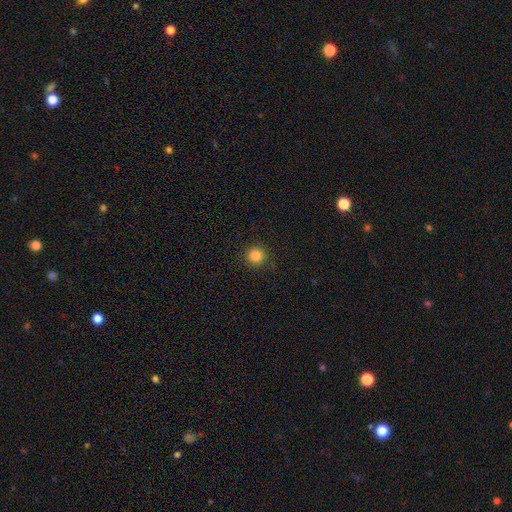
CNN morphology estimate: This appears to be a smooth galaxy with no disk features (84%) that is round (95%). Merging: none (92%).